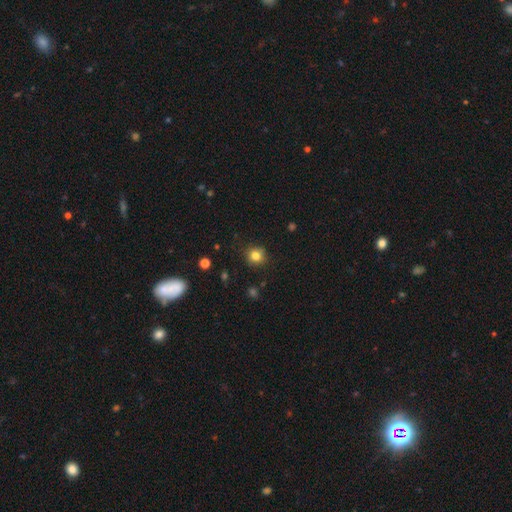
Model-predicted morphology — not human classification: Q: Smooth or featured?
A: smooth (81%); runner-up: star or artifact (13%)
Q: How rounded?
A: round (90%); runner-up: in between (9%)
Q: Merging?
A: none (88%); runner-up: minor disturbance (8%)